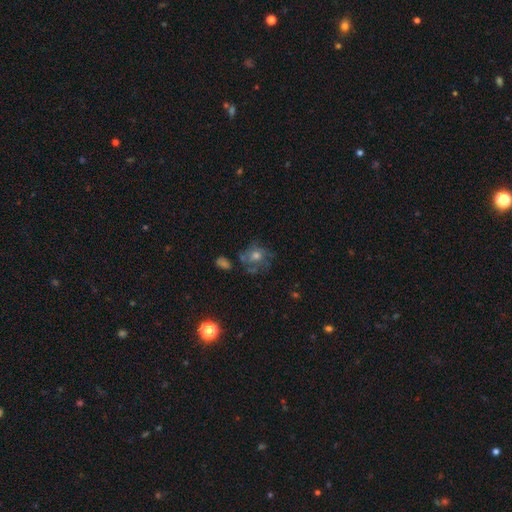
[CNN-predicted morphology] Smooth or featured? Predicted: featured or disk (p=0.47). Merging? Predicted: none (p=0.59).